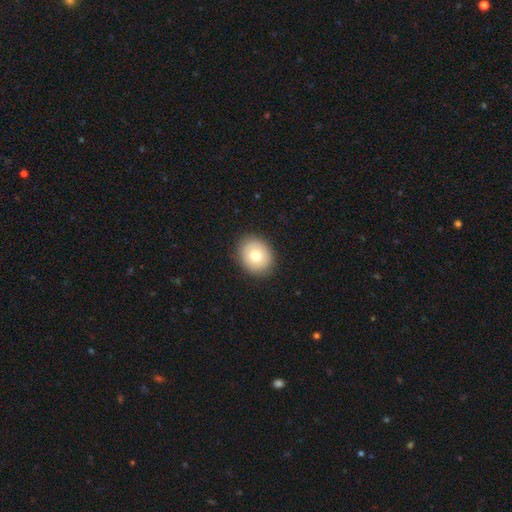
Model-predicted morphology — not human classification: Q: Smooth or featured?
A: smooth (76%); runner-up: featured or disk (15%)
Q: How rounded?
A: round (70%); runner-up: in between (30%)
Q: Merging?
A: none (89%); runner-up: minor disturbance (8%)